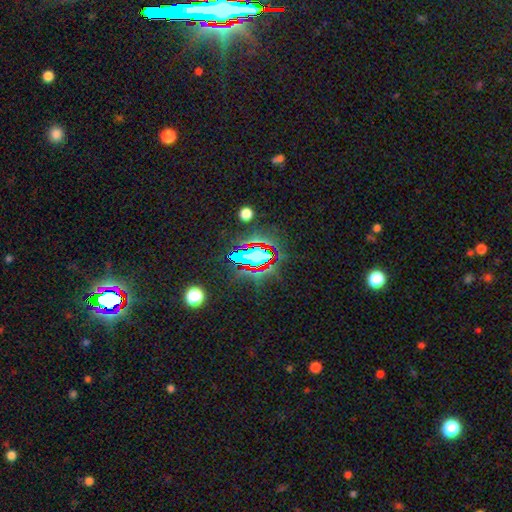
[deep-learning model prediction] This is likely a star or artifact rather than a galaxy (62%).